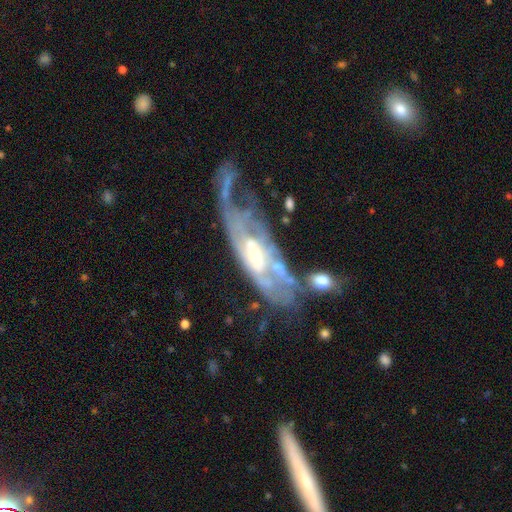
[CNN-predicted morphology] This appears to be a featured or disk galaxy (79%) with no bar (53%), spiral arms (72%) and a moderate central bulge (48%). Merging: major disturbance (39%).